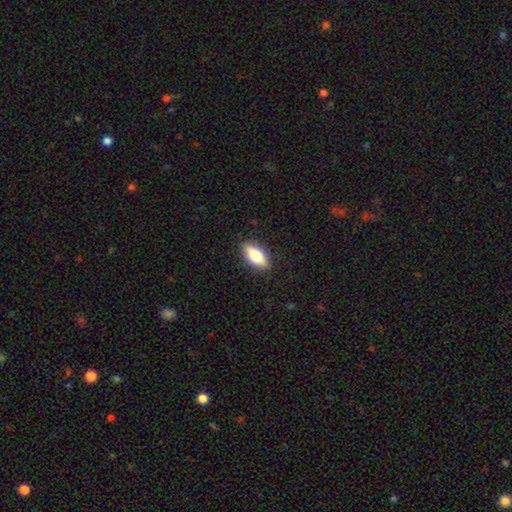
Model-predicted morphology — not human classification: smooth 70%, featured or disk 23%, star or artifact 6%. Down the decision tree: how rounded — in between (79%); merging — none (88%).